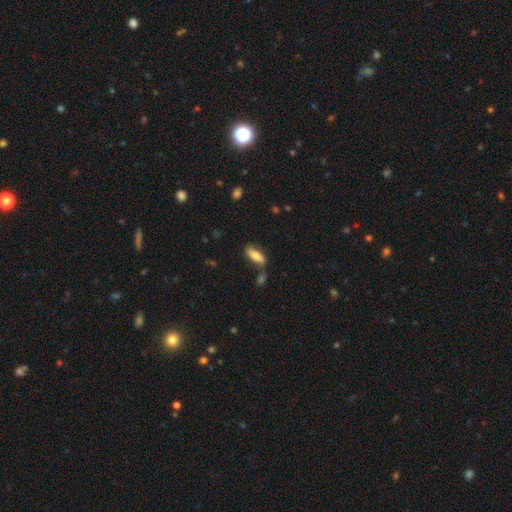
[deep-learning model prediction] Smooth or featured? smooth (73%)
How rounded? in between (70%)
Merging? none (63%)